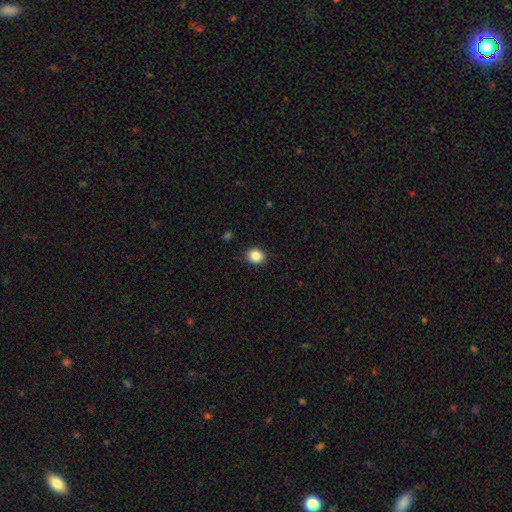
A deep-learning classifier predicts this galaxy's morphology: Smooth or featured?
  - smooth: 86% *
  - star or artifact: 10%
  - featured or disk: 4%
How rounded?
  - round: 76% *
  - in between: 23%
  - cigar-shaped: 1%
Merging?
  - none: 90% *
  - minor disturbance: 7%
  - major disturbance: 2%
  - merger: 1%